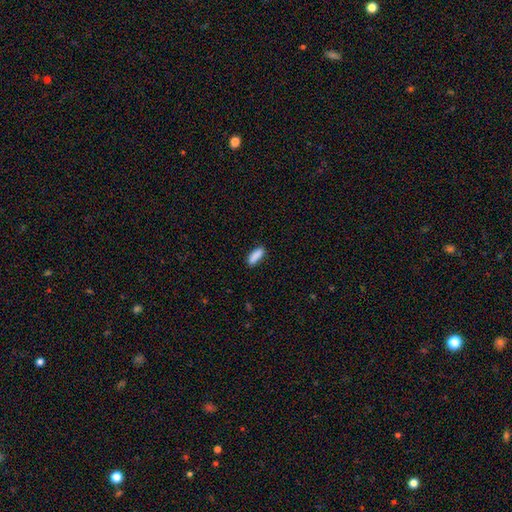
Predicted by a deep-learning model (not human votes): Smooth or featured?
  - smooth: 89% *
  - star or artifact: 7%
  - featured or disk: 4%
How rounded?
  - in between: 63% *
  - cigar-shaped: 35%
  - round: 2%
Merging?
  - none: 86% *
  - minor disturbance: 11%
  - major disturbance: 2%
  - merger: 1%